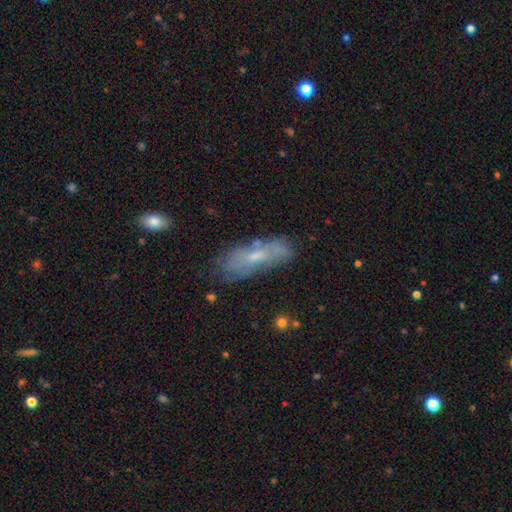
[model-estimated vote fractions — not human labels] Smooth or featured? smooth (48%)
Merging? none (62%)